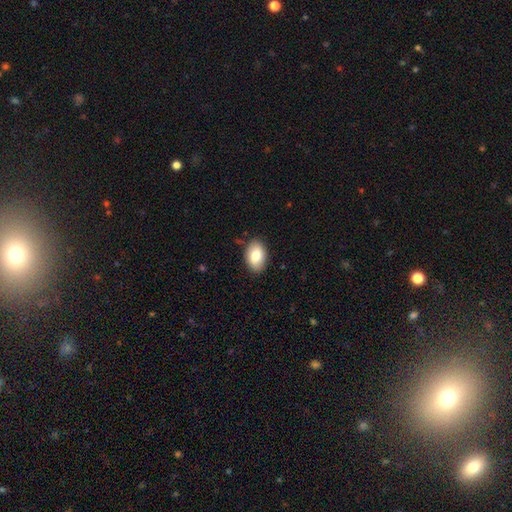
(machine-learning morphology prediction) This is clearly a smooth galaxy (82%). How rounded: clearly in between (90%). Merging: clearly none (86%).